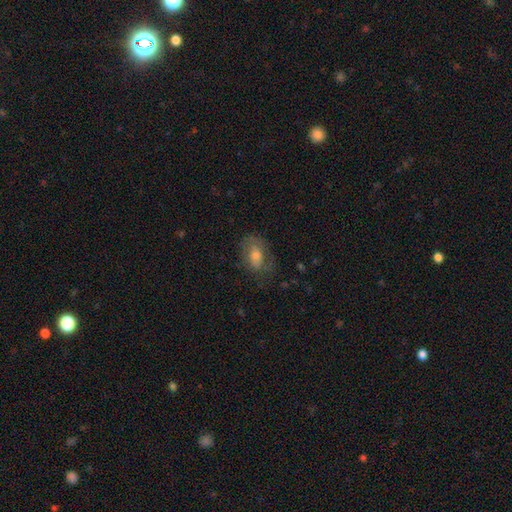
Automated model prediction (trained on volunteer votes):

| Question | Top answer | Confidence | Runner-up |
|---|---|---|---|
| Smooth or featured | smooth | 48% | featured or disk (42%) |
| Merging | none | 62% | minor disturbance (22%) |